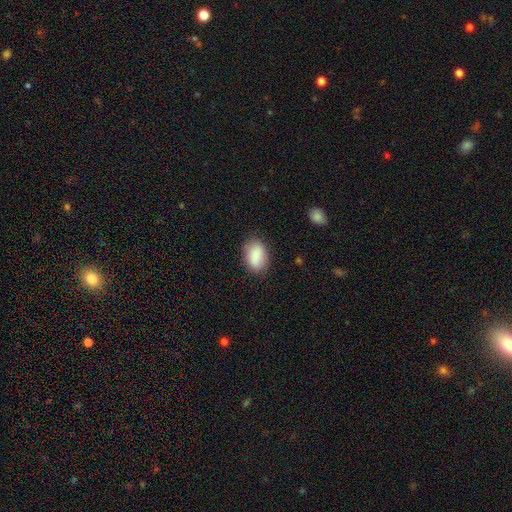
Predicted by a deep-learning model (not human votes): A smooth galaxy with no disk features (88%) that is in between round and cigar-shaped (87%).

Vote fractions:
- Smooth or featured? smooth: 88% / star or artifact: 7% / featured or disk: 5%
- How rounded? in between: 87% / round: 12% / cigar-shaped: 1%
- Merging? none: 82% / minor disturbance: 14% / major disturbance: 3% / merger: 1%